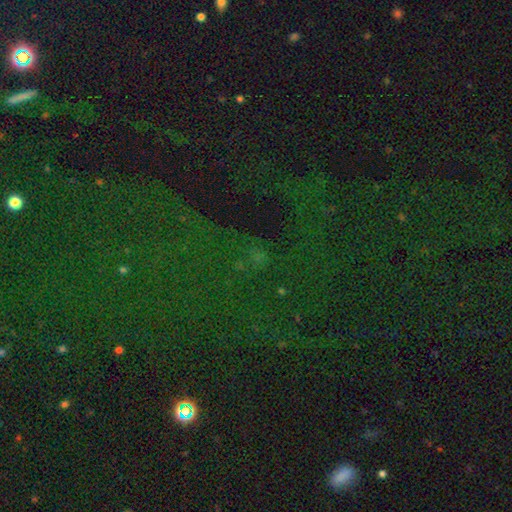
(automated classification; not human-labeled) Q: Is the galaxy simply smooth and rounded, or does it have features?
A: star or artifact — 71%.